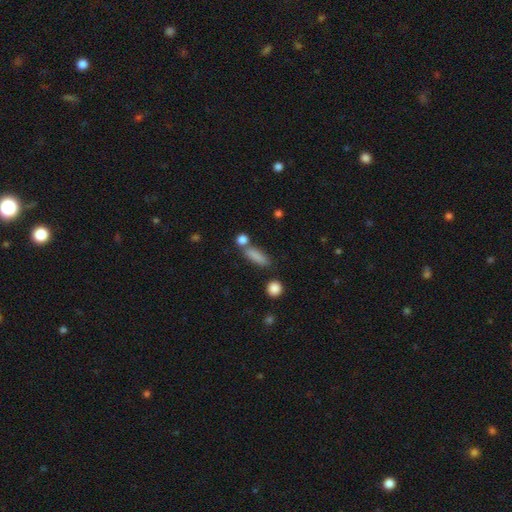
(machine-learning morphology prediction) A smooth galaxy with no disk features (84%) that is cigar-shaped (49%). Merging: none (68%).